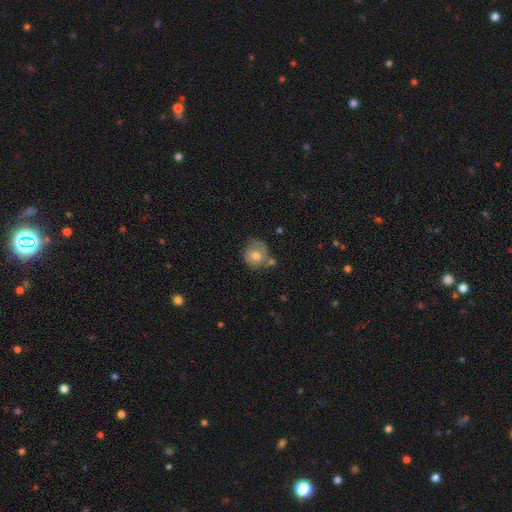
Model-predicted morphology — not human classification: Q: Smooth or featured?
A: smooth (66%); runner-up: featured or disk (26%)
Q: How rounded?
A: round (79%); runner-up: in between (20%)
Q: Merging?
A: none (50%); runner-up: minor disturbance (25%)